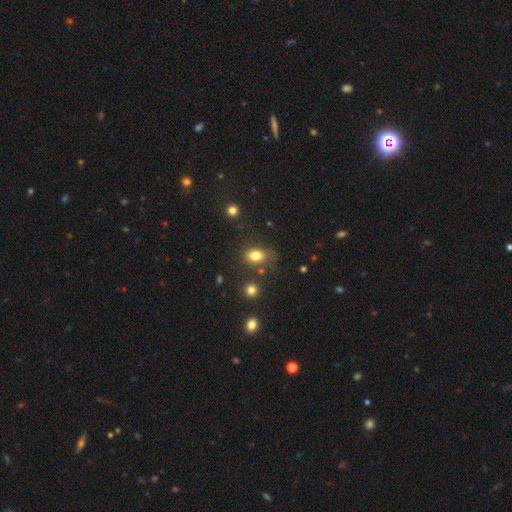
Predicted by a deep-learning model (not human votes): smooth_or_featured: smooth (p=0.81) [alt: star or artifact p=0.11]
how_rounded: in between (p=0.78) [alt: round p=0.20]
merging: none (p=0.71) [alt: minor disturbance p=0.18]